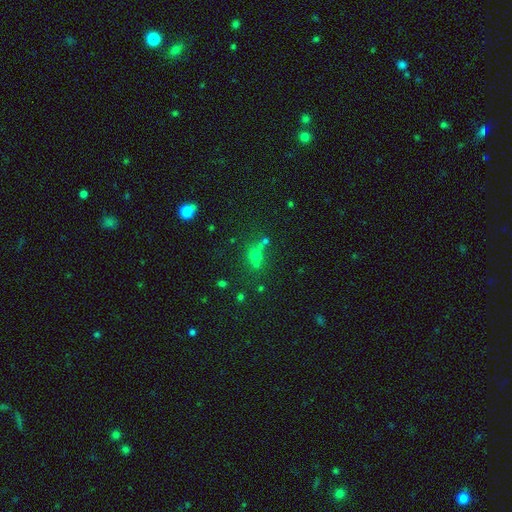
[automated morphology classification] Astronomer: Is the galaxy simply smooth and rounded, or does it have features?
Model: smooth — 50% (runner-up: star or artifact, 37%).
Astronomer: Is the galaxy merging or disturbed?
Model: none — 54%.